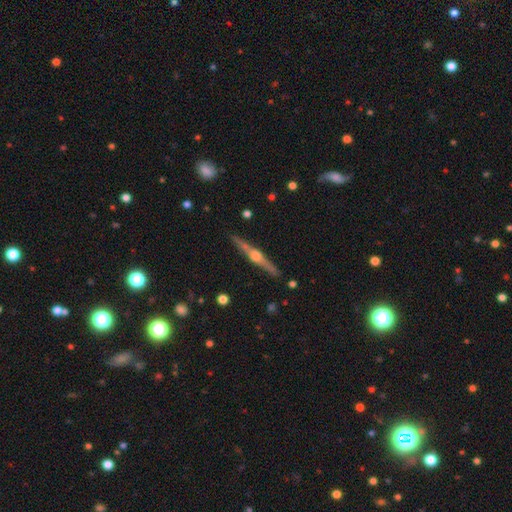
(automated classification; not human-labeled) Morphology: type=featured or disk (80%); edge-on=yes (98%); edge-on bulge=rounded (86%); merging=none (89%).